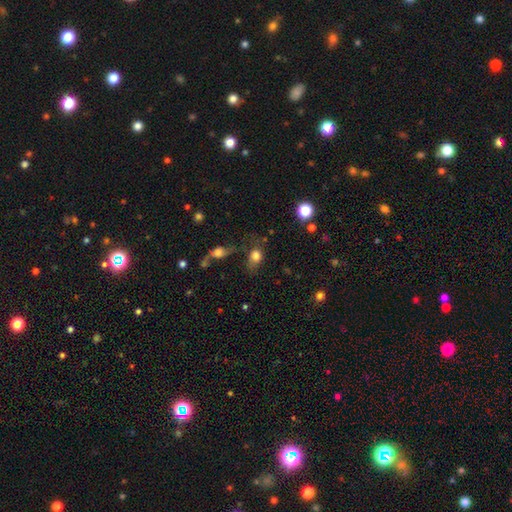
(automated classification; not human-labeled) The model was most divided on "how rounded": in between: 53%, round: 45%, cigar-shaped: 2%. Remaining: smooth or featured — smooth (76%); merging — none (44%).